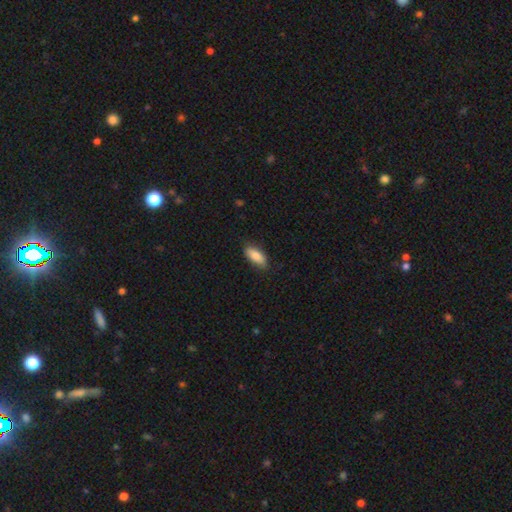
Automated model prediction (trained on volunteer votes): A smooth galaxy with no disk features (84%) that is in between round and cigar-shaped (79%). Merging: none (84%).